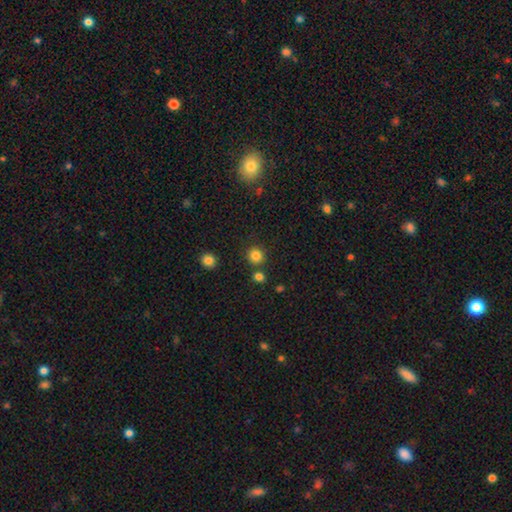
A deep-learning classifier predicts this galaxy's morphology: Overall: smooth (83%). How rounded: round (91%). Merging: none (82%).